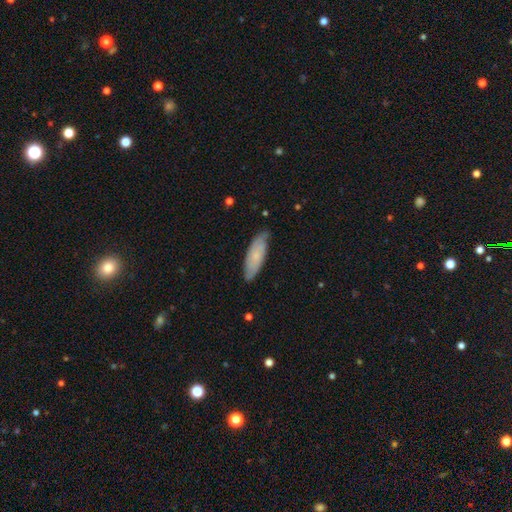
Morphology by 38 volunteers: smooth_or_featured: smooth (p=0.61) [alt: featured or disk p=0.32]
how_rounded: in between (p=0.70) [alt: cigar-shaped p=0.30]
merging: none (p=0.63) [alt: minor disturbance p=0.34]